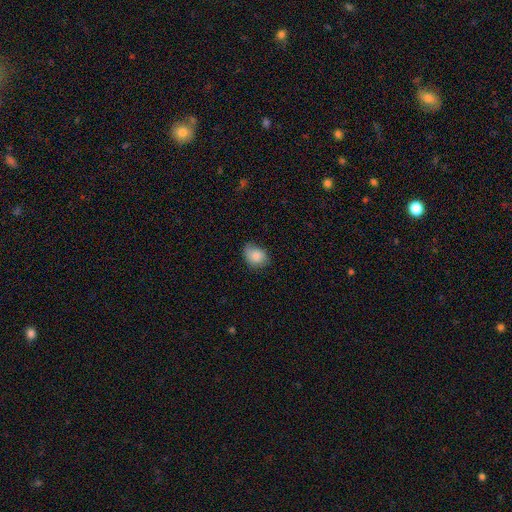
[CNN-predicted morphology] Overall: smooth (80%). How rounded: in between (56%; round 43%). Merging: none (59%; minor disturbance 32%).